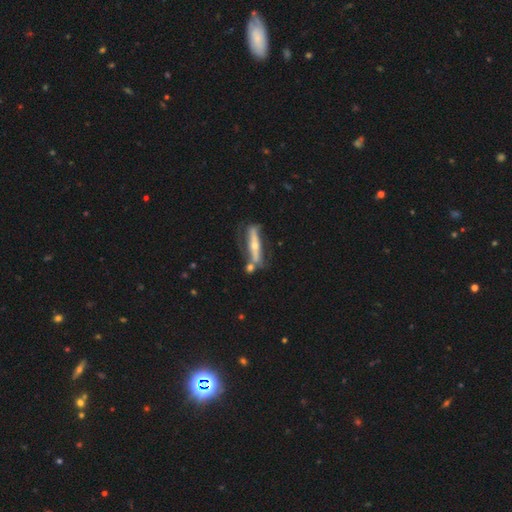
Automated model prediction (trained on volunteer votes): This is likely a featured or disk galaxy (69%). It is likely viewed edge-on (76%). Edge-on bulge: clearly rounded (88%). Merging: possibly none (56%).